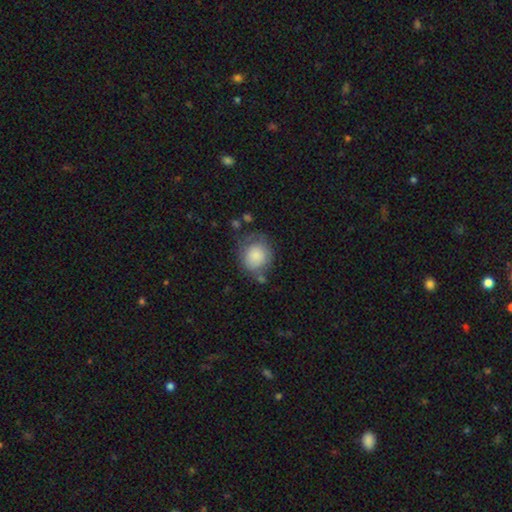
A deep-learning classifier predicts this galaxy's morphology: Smooth or featured? Predicted: smooth (p=0.82). How rounded? Predicted: round (p=0.77). Merging? Predicted: none (p=0.54).